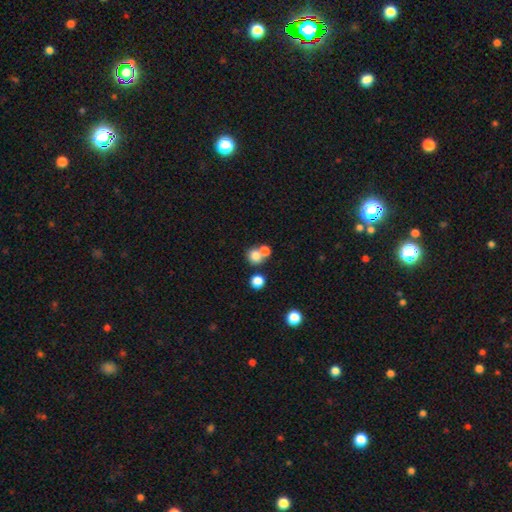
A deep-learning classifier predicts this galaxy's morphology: Q: Smooth or featured?
A: smooth (78%); runner-up: star or artifact (12%)
Q: How rounded?
A: round (77%); runner-up: in between (22%)
Q: Merging?
A: none (45%); runner-up: merger (43%)